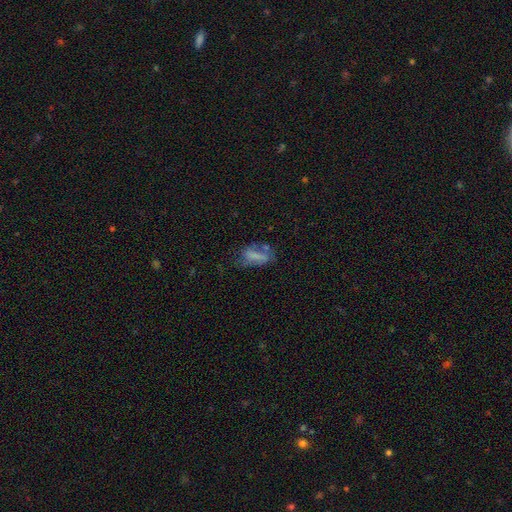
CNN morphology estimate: Overall: smooth (59%; featured or disk 29%). How rounded: in between (67%; cigar-shaped 29%). Merging: none (39%; minor disturbance 27%).